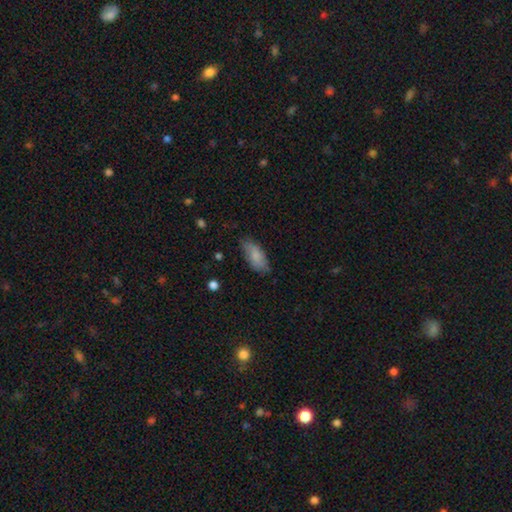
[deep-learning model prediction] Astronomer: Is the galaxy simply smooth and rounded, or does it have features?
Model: smooth — 82%.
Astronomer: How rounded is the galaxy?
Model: in between — 87%.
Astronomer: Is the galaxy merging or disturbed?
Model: none — 72%.